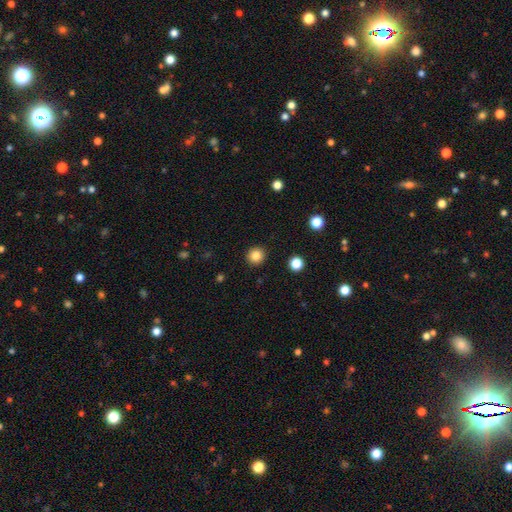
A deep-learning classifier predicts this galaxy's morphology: The model was most divided on "smooth or featured": smooth: 84%, star or artifact: 11%, featured or disk: 5%. More confident: how rounded — round (94%); merging — none (93%).